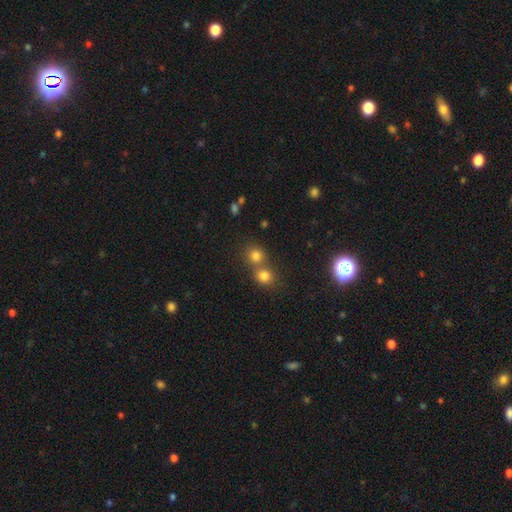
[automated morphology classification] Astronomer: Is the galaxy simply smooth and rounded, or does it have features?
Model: smooth — 78%.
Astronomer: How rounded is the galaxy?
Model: round — 87%.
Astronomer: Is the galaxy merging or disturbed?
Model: none — 49% (runner-up: merger, 43%).